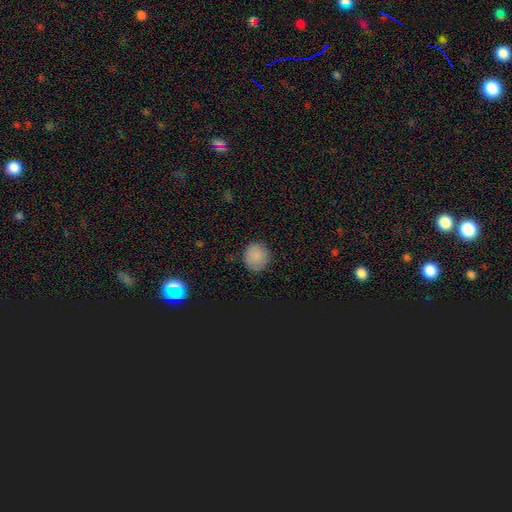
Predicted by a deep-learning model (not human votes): Smooth or featured: smooth — 86% (star or artifact — 10%)
How rounded: round — 86% (in between — 13%)
Merging: none — 86% (minor disturbance — 10%)